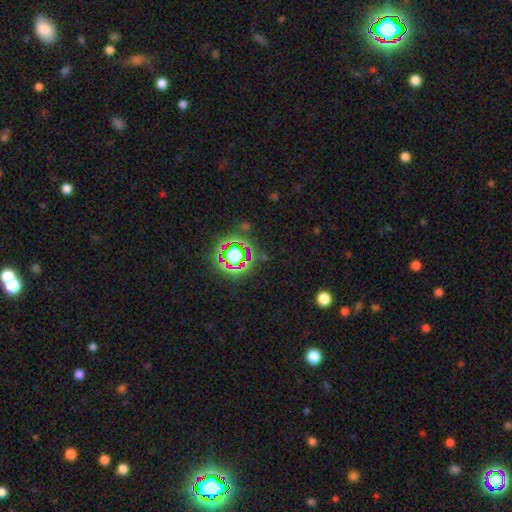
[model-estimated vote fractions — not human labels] star or artifact 76%, smooth 16%, featured or disk 9%.